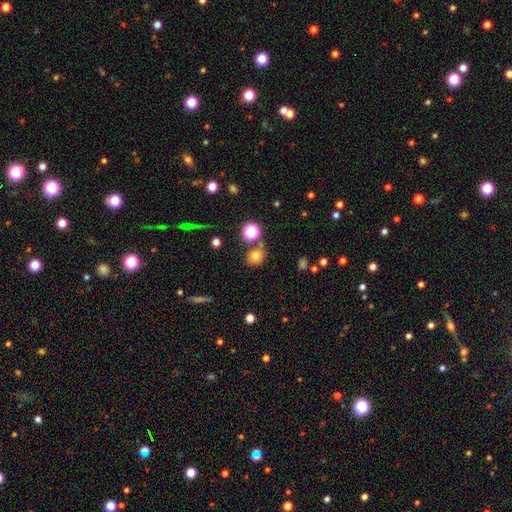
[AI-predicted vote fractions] Overall: smooth (74%). How rounded: round (78%). Merging: none (71%).